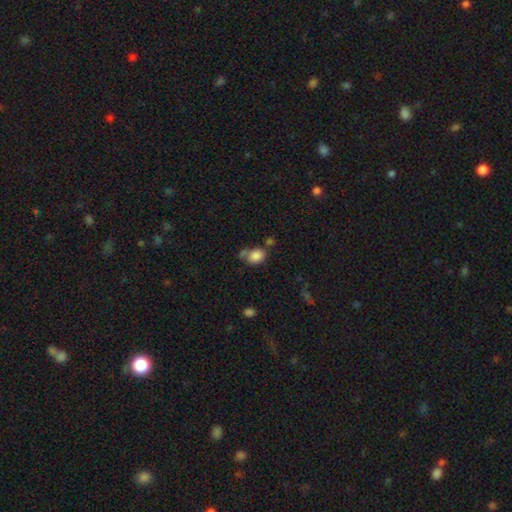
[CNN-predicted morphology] smooth-or-featured: smooth: 84% | star or artifact: 9% | featured or disk: 6%
  how-rounded: in between: 60% | round: 39% | cigar-shaped: 1%
  merging: none: 49% | merger: 21% | minor disturbance: 20% | major disturbance: 9%